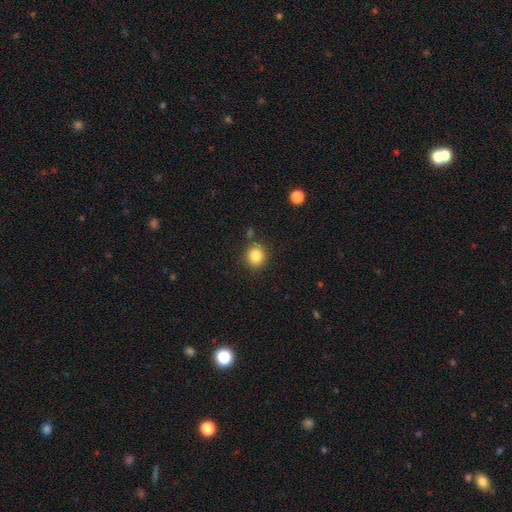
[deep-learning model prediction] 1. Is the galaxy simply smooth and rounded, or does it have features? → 85% smooth, 10% star or artifact, 5% featured or disk.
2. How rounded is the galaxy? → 85% round, 14% in between, 1% cigar-shaped.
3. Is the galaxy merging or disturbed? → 85% none, 9% minor disturbance, 3% merger, 3% major disturbance.